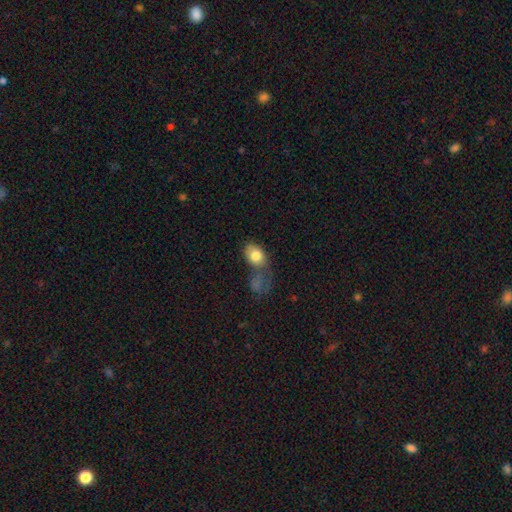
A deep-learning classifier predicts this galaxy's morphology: Smooth or featured? Predicted: smooth (p=0.79). How rounded? Predicted: in between (p=0.76). Merging? Predicted: merger (p=0.33).